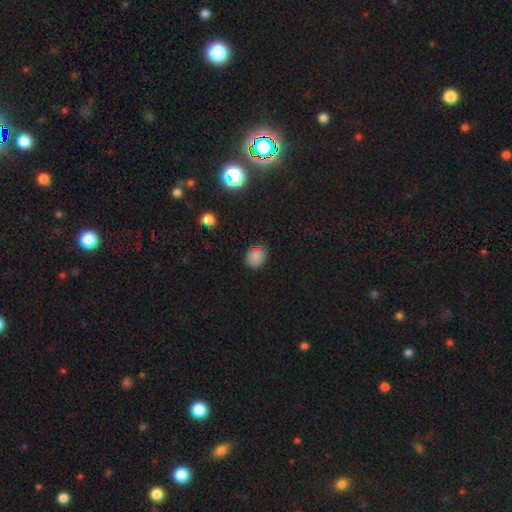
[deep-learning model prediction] smooth-or-featured: smooth: 72% | star or artifact: 22% | featured or disk: 6%
  how-rounded: round: 59% | in between: 40% | cigar-shaped: 1%
  merging: none: 77% | minor disturbance: 16% | merger: 4% | major disturbance: 3%